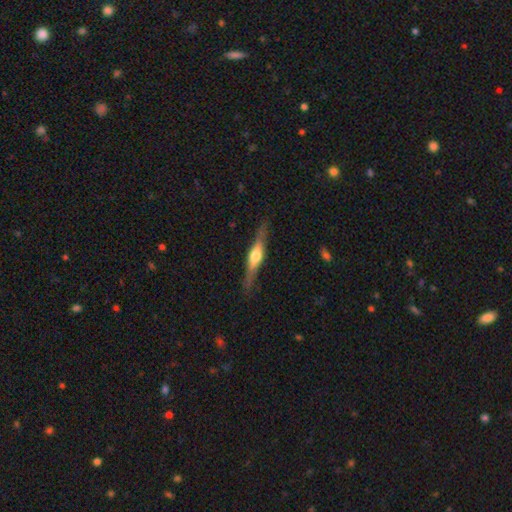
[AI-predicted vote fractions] featured or disk 67%, smooth 28%, star or artifact 5%. Down the decision tree: edge-on disk — yes (95%); edge-on bulge — rounded (89%); merging — none (85%).